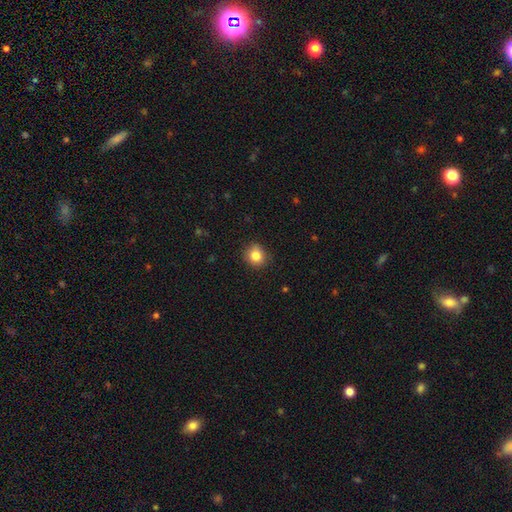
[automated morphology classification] This is clearly a smooth galaxy (83%). How rounded: likely round (80%). Merging: clearly none (84%).